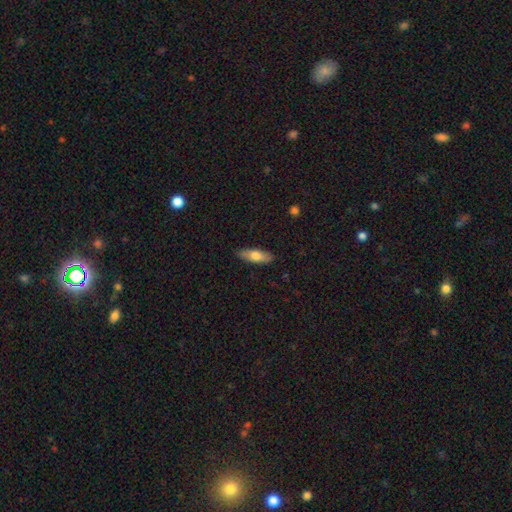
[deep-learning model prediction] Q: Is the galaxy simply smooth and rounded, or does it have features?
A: smooth — 69%.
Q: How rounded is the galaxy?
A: in between — 59%.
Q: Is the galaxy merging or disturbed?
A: none — 87%.